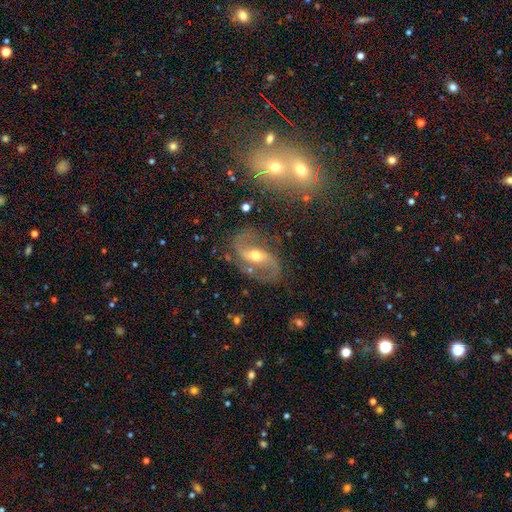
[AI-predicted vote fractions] A featured or disk galaxy (90%) with a weak bar (40%), 2 (94%) medium (49%) spiral arms (97%) and a moderate central bulge (64%).

Vote fractions:
- Smooth or featured? featured or disk: 90% / star or artifact: 6% / smooth: 4%
- Edge-on disk? no: 97% / yes: 3%
- Bar? weak: 40% / no: 31% / strong: 29%
- Spiral arms? yes: 97% / no: 3%
- Spiral winding? medium: 49% / loose: 39% / tight: 11%
- Spiral arm count? 2: 94% / can't tell: 2% / 1: 2% / 3: 1% / 4: 1% / more than 4: 1%
- Bulge size? moderate: 64% / small: 30% / large: 4% / none: 1% / dominant: 1%
- Merging? none: 78% / minor disturbance: 14% / major disturbance: 6% / merger: 2%